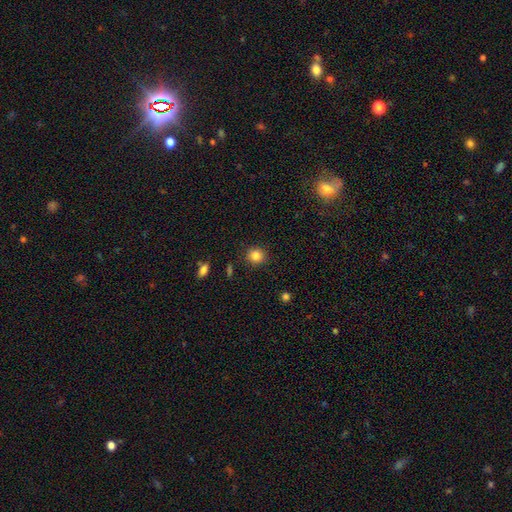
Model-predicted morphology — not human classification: Smooth or featured? smooth (84%)
How rounded? round (88%)
Merging? none (89%)